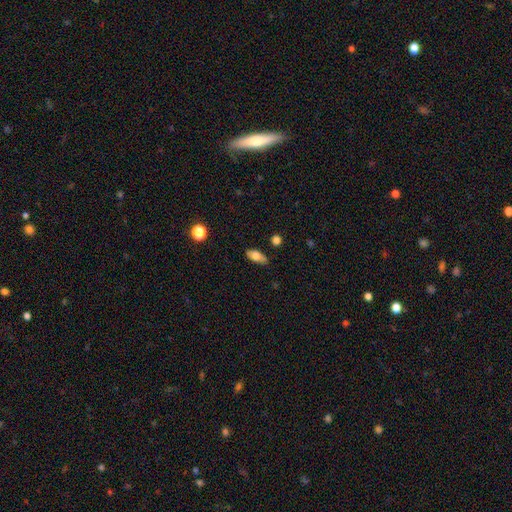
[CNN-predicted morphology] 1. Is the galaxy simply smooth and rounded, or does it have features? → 72% smooth, 20% featured or disk, 8% star or artifact.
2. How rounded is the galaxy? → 82% in between, 13% cigar-shaped, 5% round.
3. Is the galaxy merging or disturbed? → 73% none, 21% minor disturbance, 4% major disturbance, 2% merger.